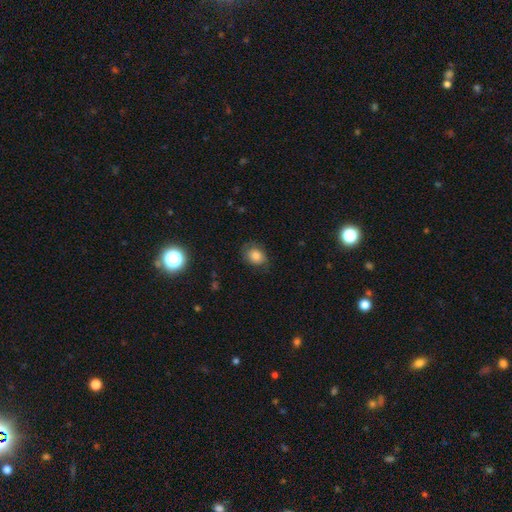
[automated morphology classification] Smooth or featured? Predicted: smooth (p=0.74). How rounded? Predicted: in between (p=0.61). Merging? Predicted: none (p=0.68).